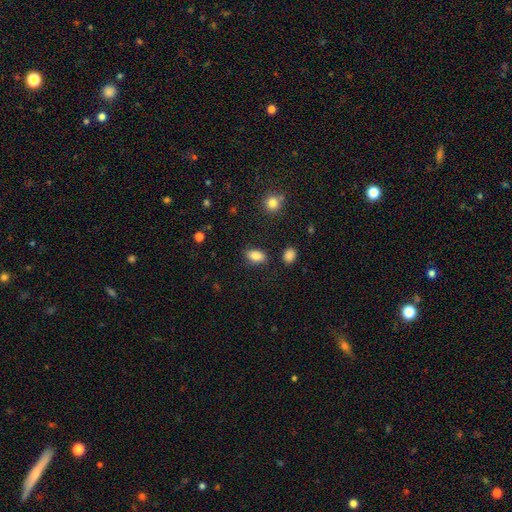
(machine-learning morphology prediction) A smooth galaxy with no disk features (85%) that is in between round and cigar-shaped (89%).

Vote fractions:
- Smooth or featured? smooth: 85% / star or artifact: 9% / featured or disk: 6%
- How rounded? in between: 89% / round: 7% / cigar-shaped: 4%
- Merging? none: 83% / minor disturbance: 11% / major disturbance: 3% / merger: 2%